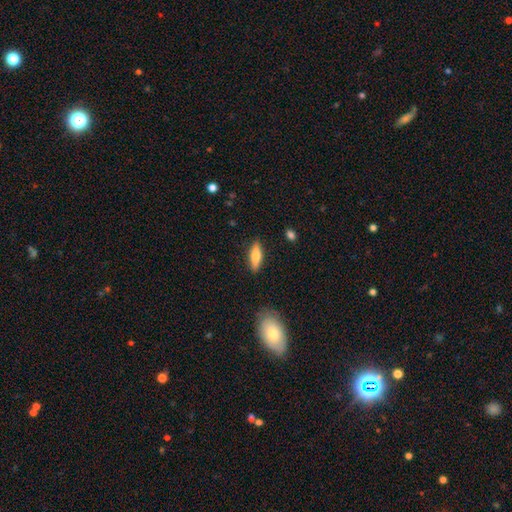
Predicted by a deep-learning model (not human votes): A smooth galaxy with no disk features (65%) that is cigar-shaped (51%).

Vote fractions:
- Smooth or featured? smooth: 65% / featured or disk: 28% / star or artifact: 6%
- How rounded? cigar-shaped: 51% / in between: 47% / round: 3%
- Merging? none: 87% / minor disturbance: 9% / major disturbance: 2% / merger: 2%